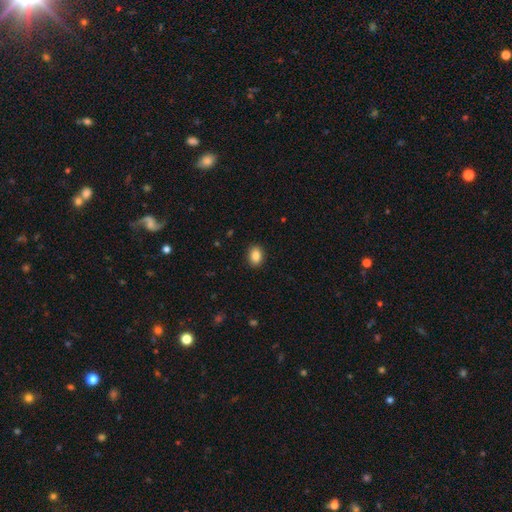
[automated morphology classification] Smooth or featured: smooth — 87% (star or artifact — 9%)
How rounded: in between — 72% (round — 27%)
Merging: none — 90% (minor disturbance — 7%)